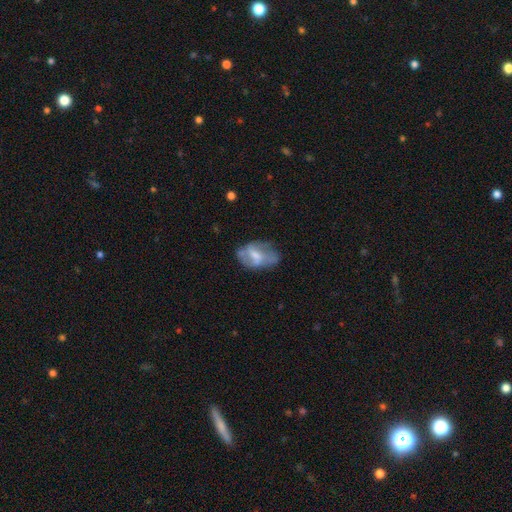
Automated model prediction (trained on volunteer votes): The model was most divided on "smooth or featured": featured or disk: 52%, smooth: 40%, star or artifact: 8%. Remaining: edge-on disk — no (95%); merging — none (45%).